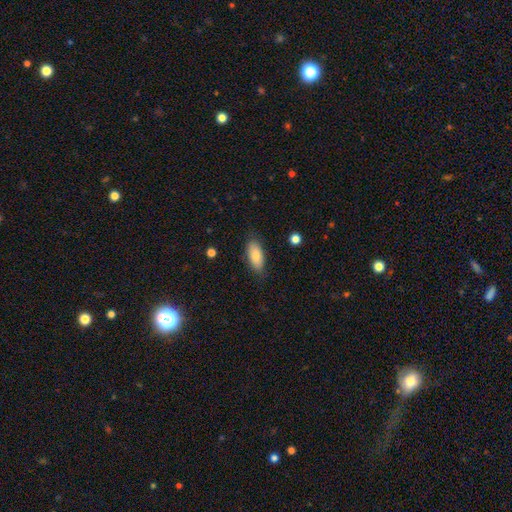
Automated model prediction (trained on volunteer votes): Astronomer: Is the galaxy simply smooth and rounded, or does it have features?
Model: smooth — 84%.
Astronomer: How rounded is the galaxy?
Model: in between — 86%.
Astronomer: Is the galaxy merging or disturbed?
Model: none — 82%.